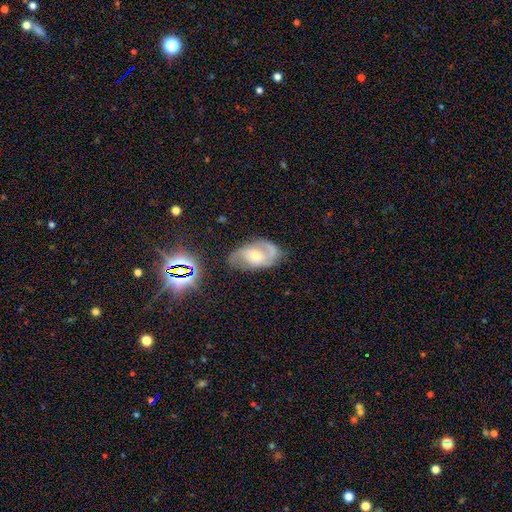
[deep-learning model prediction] Smooth or featured? featured or disk (78%)
Edge-on disk? no (96%)
Bar? no (56%)
Spiral arms? yes (93%)
Spiral winding? medium (50%)
Spiral arm count? 2 (80%)
Bulge size? moderate (54%)
Merging? none (67%)